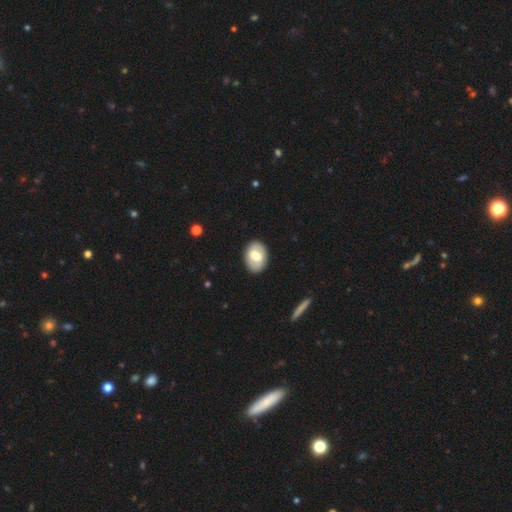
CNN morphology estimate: A smooth galaxy with no disk features (59%) that is in between round and cigar-shaped (81%). Merging: none (86%).